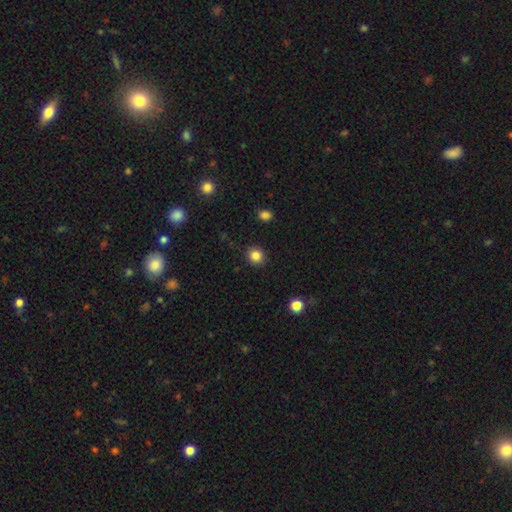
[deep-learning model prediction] A smooth galaxy with no disk features (84%) that is round (87%). Merging: none (90%).